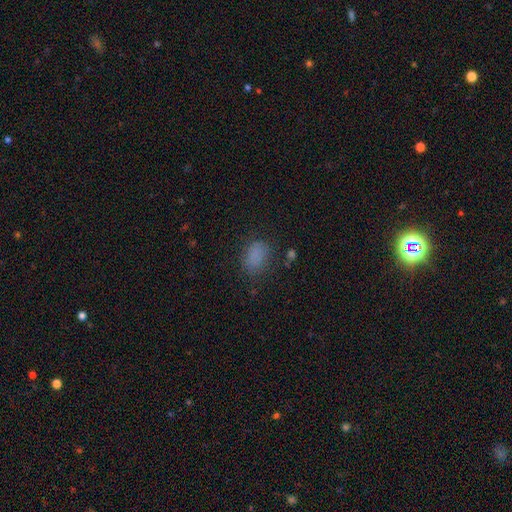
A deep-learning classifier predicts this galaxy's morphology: Smooth or featured: smooth — 81% (star or artifact — 13%)
How rounded: in between — 76% (round — 22%)
Merging: none — 74% (minor disturbance — 17%)